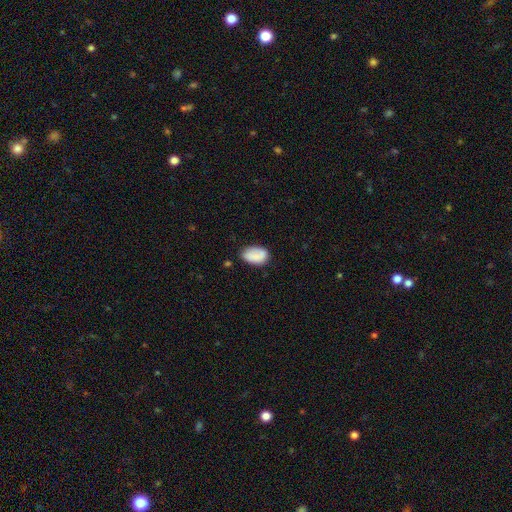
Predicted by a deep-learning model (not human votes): A smooth galaxy with no disk features (83%) that is in between round and cigar-shaped (91%). Merging: none (68%).